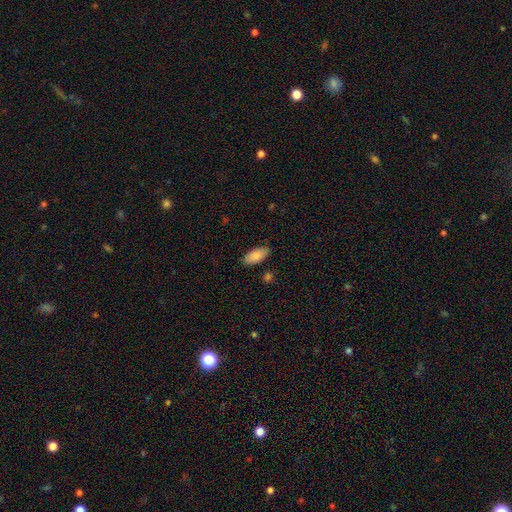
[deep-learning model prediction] Overall: smooth (88%). How rounded: in between (91%). Merging: none (85%).